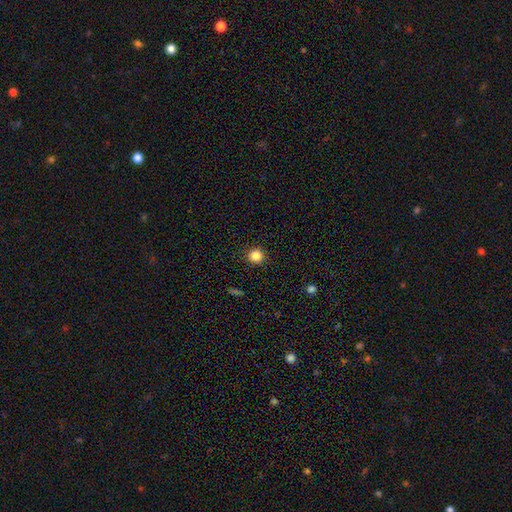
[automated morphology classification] smooth-or-featured: smooth: 85% | star or artifact: 11% | featured or disk: 4%
  how-rounded: round: 92% | in between: 7% | cigar-shaped: 1%
  merging: none: 91% | minor disturbance: 6% | major disturbance: 2% | merger: 1%